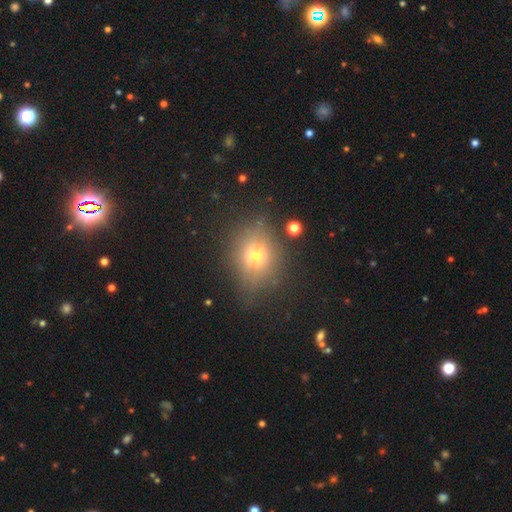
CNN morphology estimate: type=featured or disk (44%); merging=none (73%).